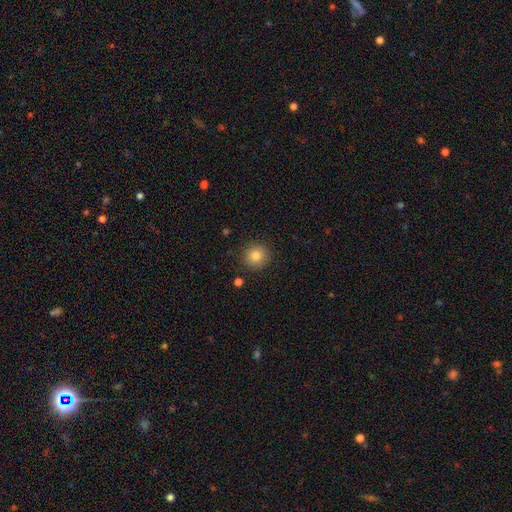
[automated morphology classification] smooth_or_featured: smooth (p=0.82) [alt: star or artifact p=0.11]
how_rounded: round (p=0.91) [alt: in between p=0.08]
merging: none (p=0.90) [alt: minor disturbance p=0.07]